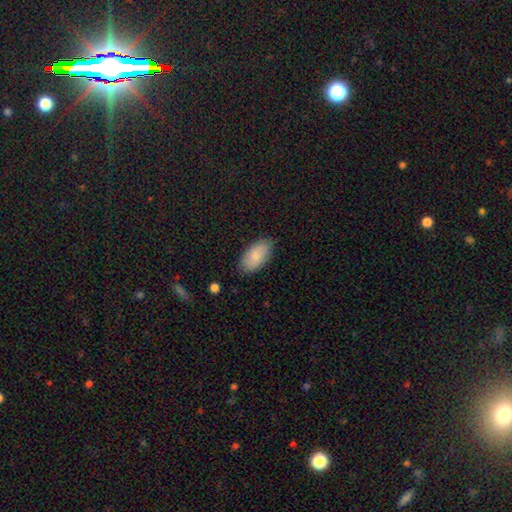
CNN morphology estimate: Q: Smooth or featured?
A: smooth (82%); runner-up: featured or disk (12%)
Q: How rounded?
A: in between (95%); runner-up: round (3%)
Q: Merging?
A: none (84%); runner-up: minor disturbance (13%)